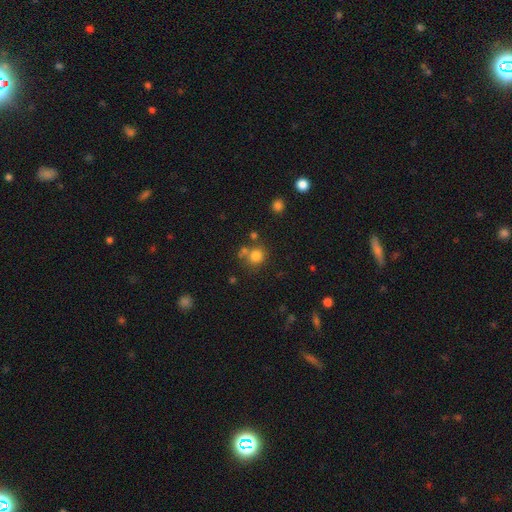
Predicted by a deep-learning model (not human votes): Smooth or featured: smooth — 78% (star or artifact — 14%)
How rounded: round — 87% (in between — 12%)
Merging: none — 67% (merger — 18%)